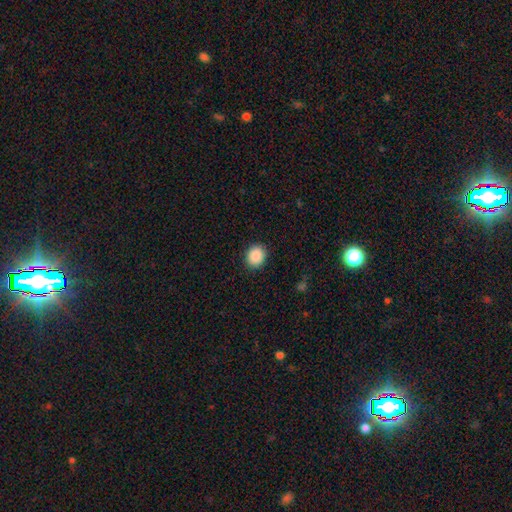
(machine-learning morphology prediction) smooth 90%, star or artifact 8%, featured or disk 3%. Down the decision tree: how rounded — round (67%); merging — none (90%).